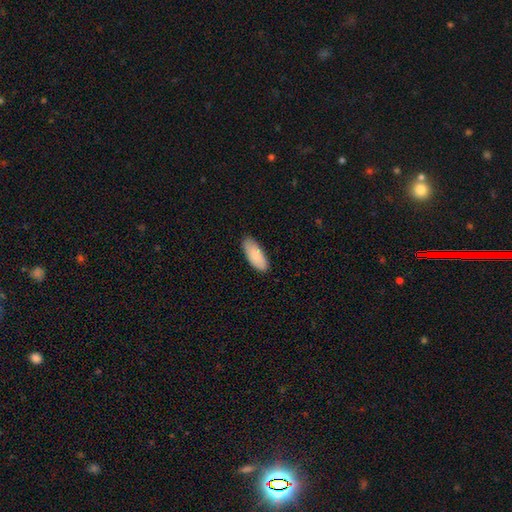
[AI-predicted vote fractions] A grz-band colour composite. It shows a smooth galaxy with no disk features (86%) that is in between round and cigar-shaped (82%). Merging: none (83%).